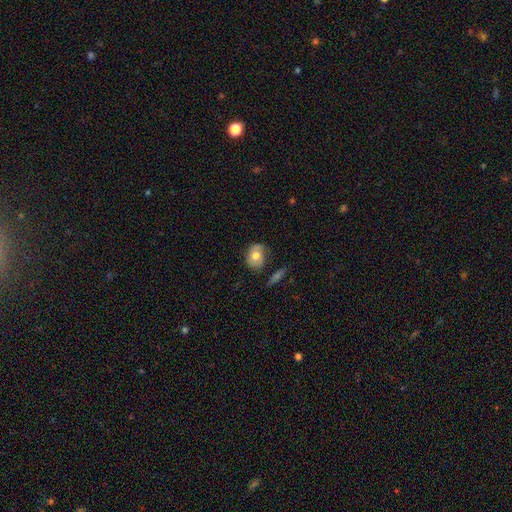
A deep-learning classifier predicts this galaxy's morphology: A smooth galaxy with no disk features (68%) that is round (56%). Merging: none (57%).